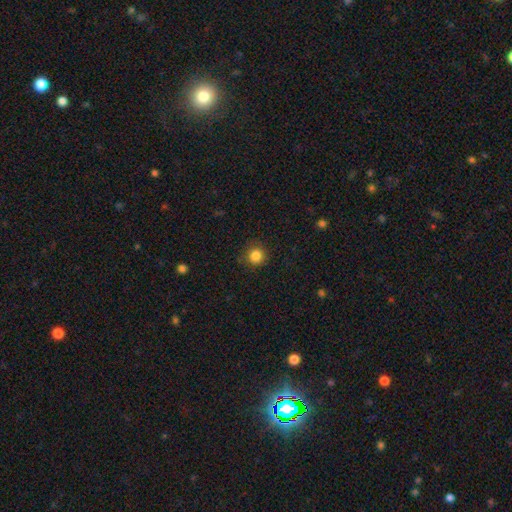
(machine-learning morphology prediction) smooth 85%, star or artifact 11%, featured or disk 4%. Down the decision tree: how rounded — round (93%); merging — none (86%).